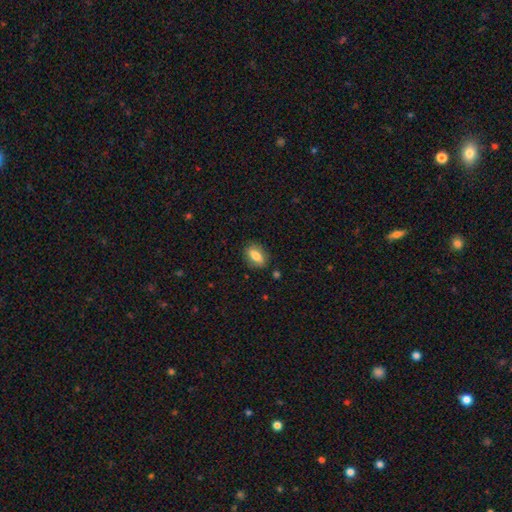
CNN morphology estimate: smooth-or-featured: smooth: 76% | featured or disk: 16% | star or artifact: 7%
  how-rounded: in between: 80% | cigar-shaped: 11% | round: 9%
  merging: none: 83% | minor disturbance: 12% | major disturbance: 3% | merger: 2%